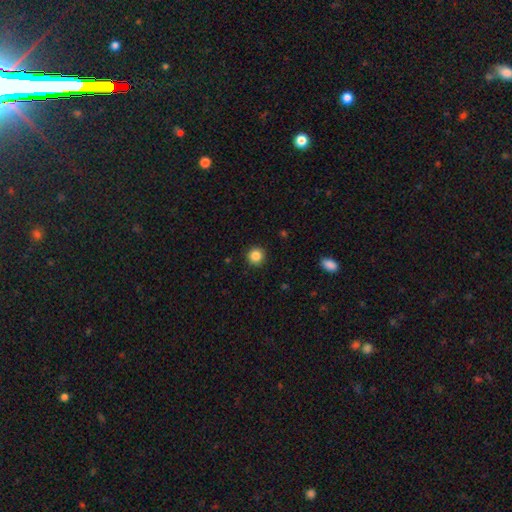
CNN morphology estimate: smooth-or-featured: smooth: 86% | star or artifact: 11% | featured or disk: 4%
  how-rounded: round: 95% | in between: 4% | cigar-shaped: 1%
  merging: none: 93% | minor disturbance: 5% | major disturbance: 2% | merger: 1%